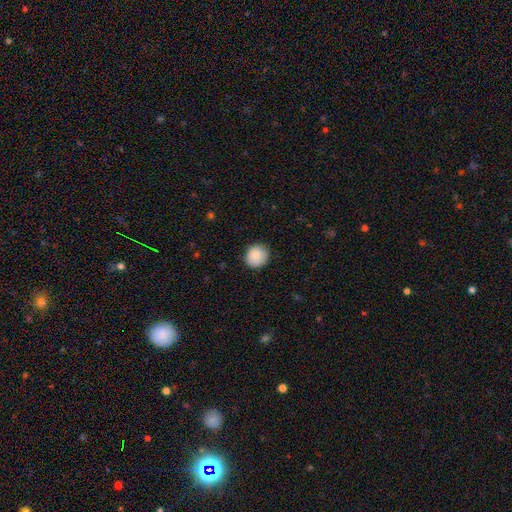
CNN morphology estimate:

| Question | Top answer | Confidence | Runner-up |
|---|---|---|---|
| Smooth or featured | smooth | 88% | star or artifact (8%) |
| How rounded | round | 85% | in between (14%) |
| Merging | none | 86% | minor disturbance (10%) |